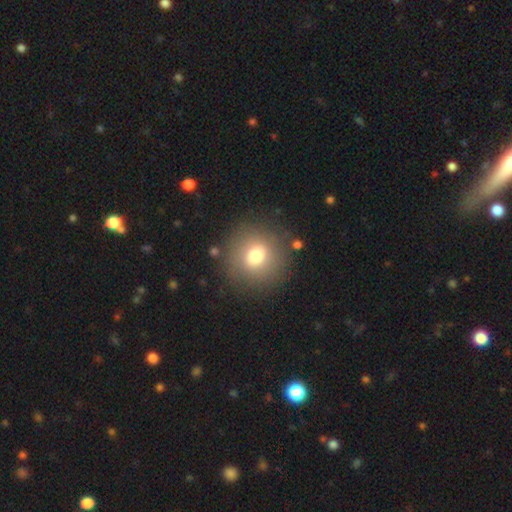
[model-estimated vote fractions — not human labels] Q: Smooth or featured?
A: smooth (73%); runner-up: featured or disk (14%)
Q: How rounded?
A: round (92%); runner-up: in between (7%)
Q: Merging?
A: none (84%); runner-up: minor disturbance (9%)